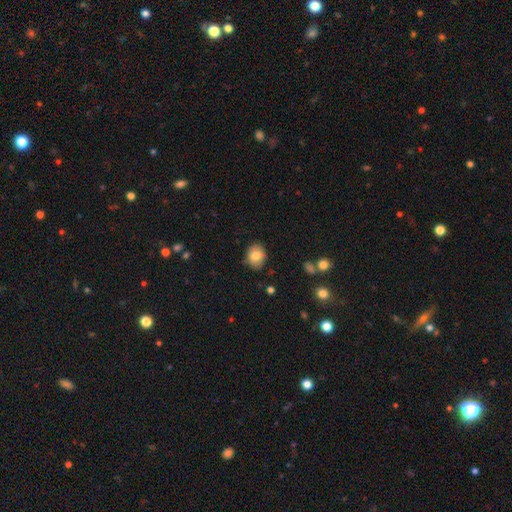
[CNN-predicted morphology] This appears to be a smooth galaxy with no disk features (77%) that is in between round and cigar-shaped (51%). Merging: none (80%).